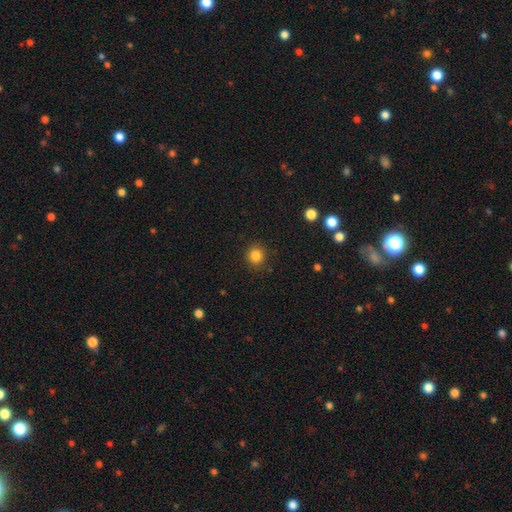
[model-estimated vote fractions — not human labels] Q: Smooth or featured?
A: smooth (84%); runner-up: star or artifact (12%)
Q: How rounded?
A: round (89%); runner-up: in between (10%)
Q: Merging?
A: none (89%); runner-up: minor disturbance (7%)